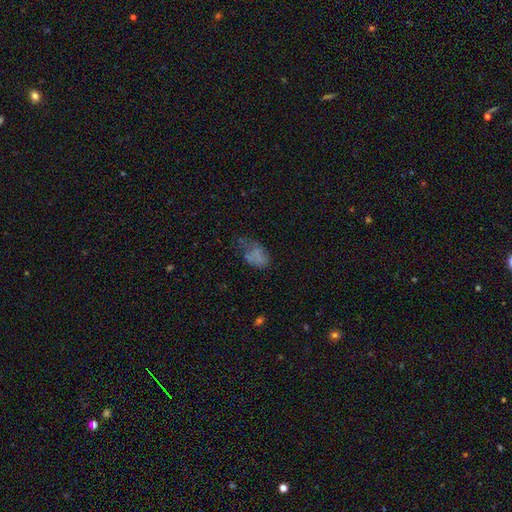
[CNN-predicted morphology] smooth 55%, featured or disk 29%, star or artifact 16%. Down the decision tree: how rounded — in between (86%); merging — none (36%).